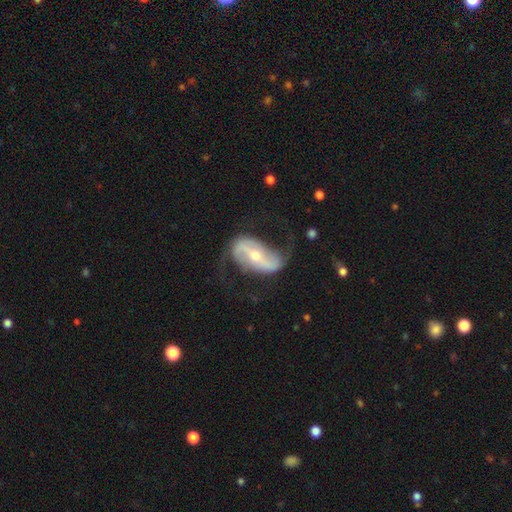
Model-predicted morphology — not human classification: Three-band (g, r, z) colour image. It shows a featured or disk galaxy (84%) with a strong bar (51%), 2 (91%) loose (66%) spiral arms (92%) and a moderate central bulge (51%). Merging: none (65%).